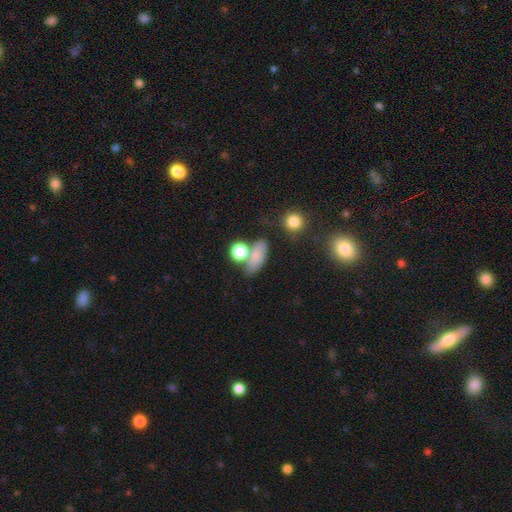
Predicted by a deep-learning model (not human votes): Smooth or featured? Predicted: smooth (p=0.76). How rounded? Predicted: in between (p=0.70). Merging? Predicted: none (p=0.53).